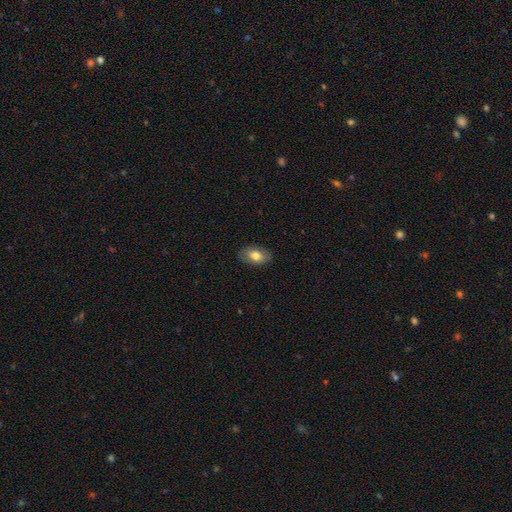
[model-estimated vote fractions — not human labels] smooth_or_featured: smooth (p=0.74) [alt: featured or disk p=0.19]
how_rounded: in between (p=0.91) [alt: round p=0.07]
merging: none (p=0.86) [alt: minor disturbance p=0.11]